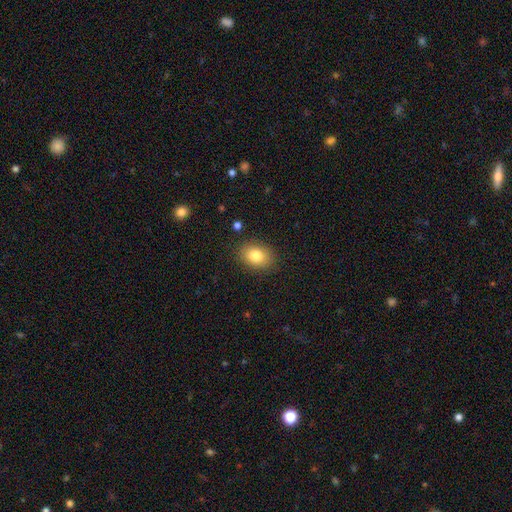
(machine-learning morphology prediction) A smooth galaxy with no disk features (82%) that is in between round and cigar-shaped (71%).

Vote fractions:
- Smooth or featured? smooth: 82% / featured or disk: 9% / star or artifact: 9%
- How rounded? in between: 71% / round: 28% / cigar-shaped: 1%
- Merging? none: 86% / minor disturbance: 9% / major disturbance: 3% / merger: 1%